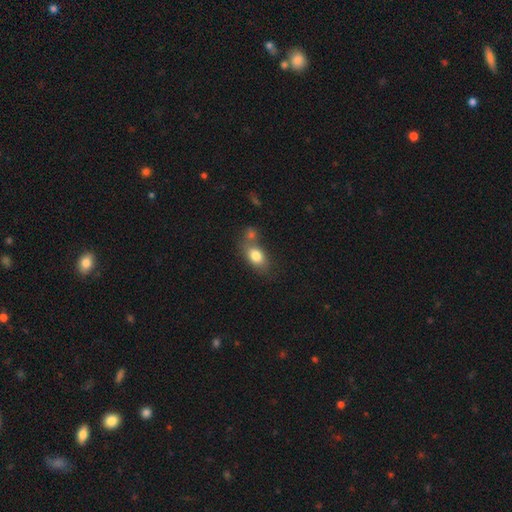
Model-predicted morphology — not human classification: smooth-or-featured: smooth: 80% | featured or disk: 11% | star or artifact: 8%
  how-rounded: in between: 81% | round: 16% | cigar-shaped: 3%
  merging: none: 50% | merger: 29% | minor disturbance: 15% | major disturbance: 6%